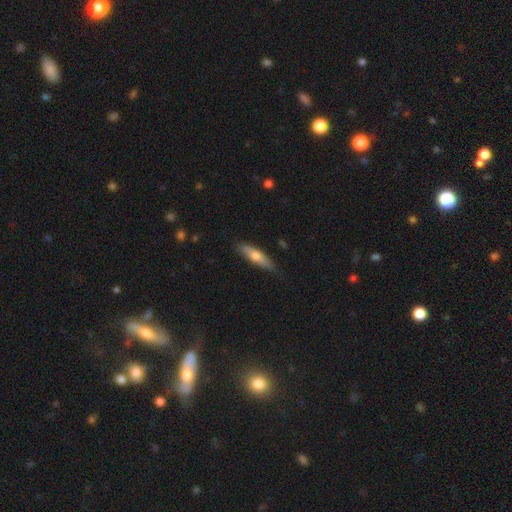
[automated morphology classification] This appears to be a smooth galaxy with no disk features (59%) that is cigar-shaped (71%). Merging: none (83%).